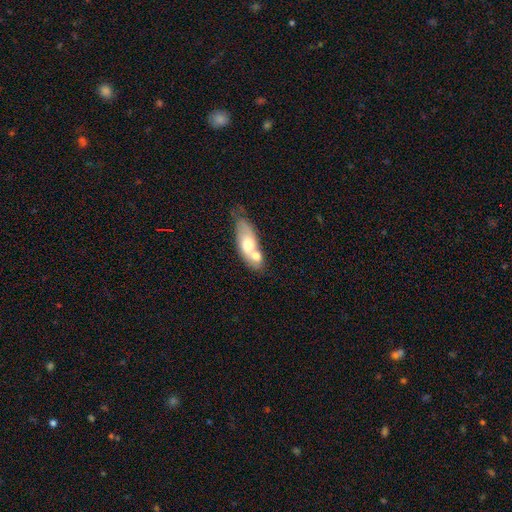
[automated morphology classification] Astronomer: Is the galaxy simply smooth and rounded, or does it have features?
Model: smooth — 58% (runner-up: featured or disk, 35%).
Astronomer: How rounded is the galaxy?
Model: in between — 72%.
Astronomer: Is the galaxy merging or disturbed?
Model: merger — 54%.